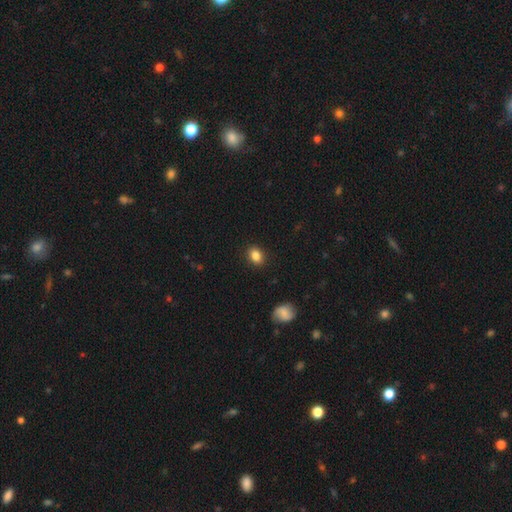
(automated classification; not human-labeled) smooth_or_featured: smooth (p=0.85) [alt: star or artifact p=0.09]
how_rounded: in between (p=0.63) [alt: round p=0.36]
merging: none (p=0.88) [alt: minor disturbance p=0.08]